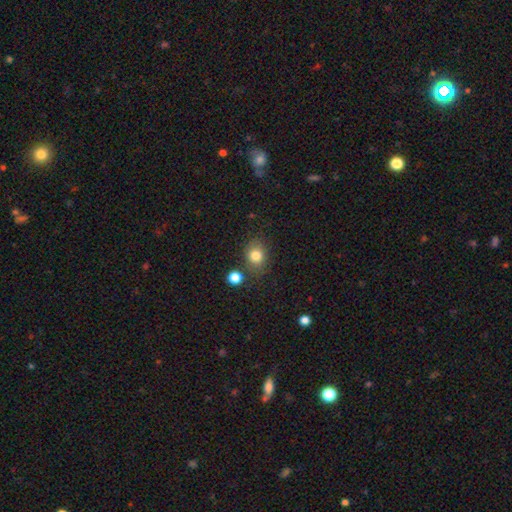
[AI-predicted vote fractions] A smooth galaxy with no disk features (81%) that is round (59%). Merging: none (74%).